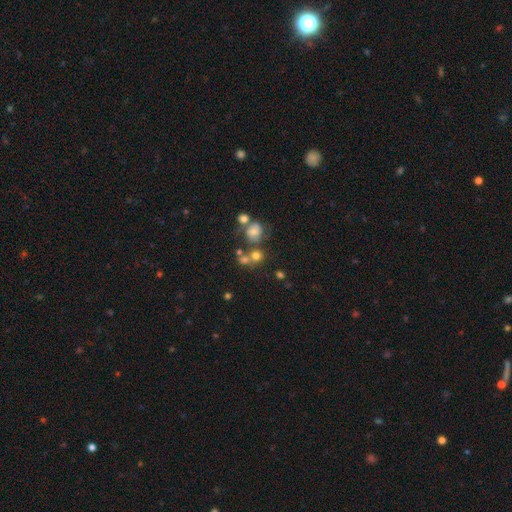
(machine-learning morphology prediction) smooth-or-featured: smooth: 64% | featured or disk: 19% | star or artifact: 17%
  how-rounded: round: 79% | in between: 20% | cigar-shaped: 1%
  merging: none: 46% | merger: 33% | minor disturbance: 13% | major disturbance: 8%